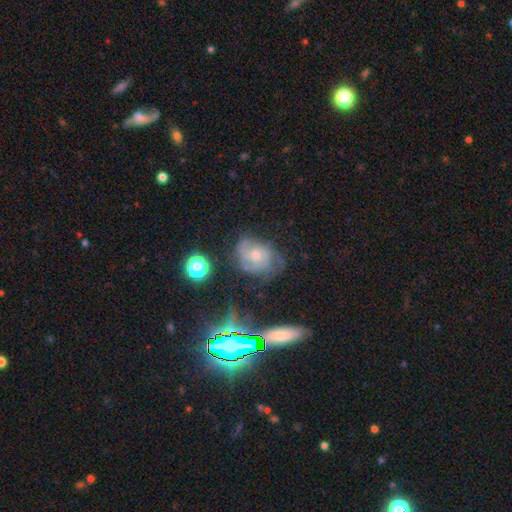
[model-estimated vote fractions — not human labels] This appears to be a featured or disk galaxy (63%) with no bar (76%), spiral arms (82%) and a moderate central bulge (50%). Merging: none (56%).